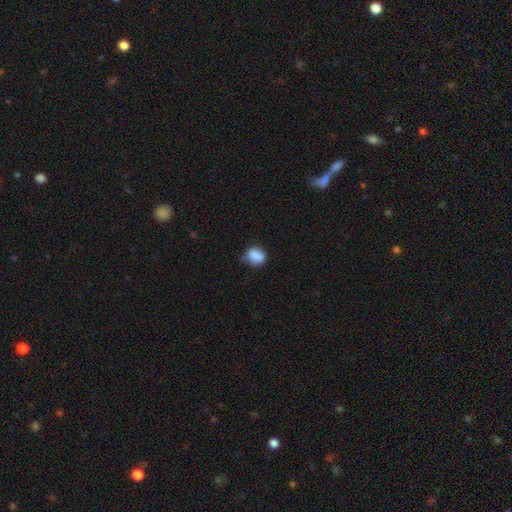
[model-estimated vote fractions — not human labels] smooth 81%, featured or disk 10%, star or artifact 9%. Down the decision tree: how rounded — round (54%); merging — none (50%).